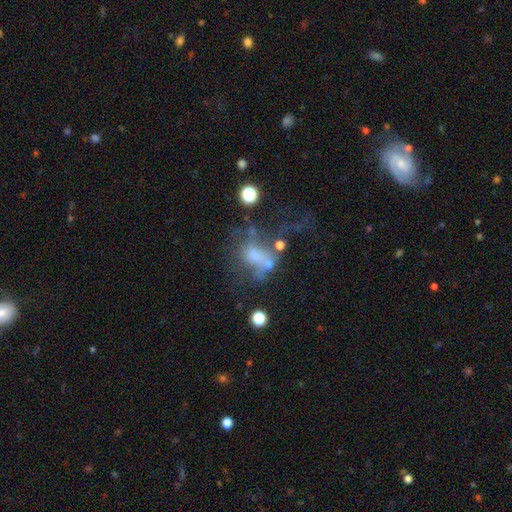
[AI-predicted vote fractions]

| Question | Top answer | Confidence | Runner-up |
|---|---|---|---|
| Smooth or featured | featured or disk | 45% | smooth (34%) |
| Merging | major disturbance | 39% | none (23%) |